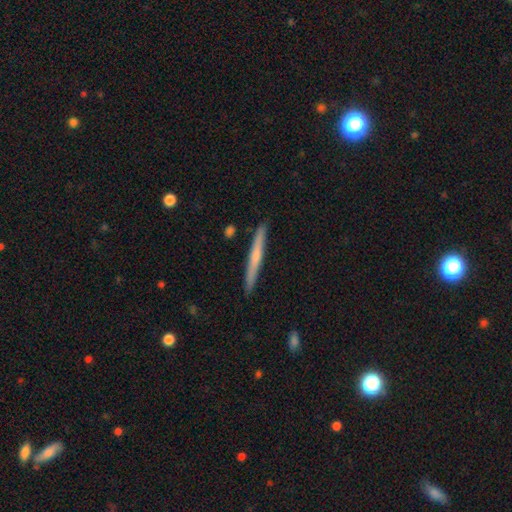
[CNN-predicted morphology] This appears to be a smooth galaxy with no disk features (48%). Merging: none (91%).